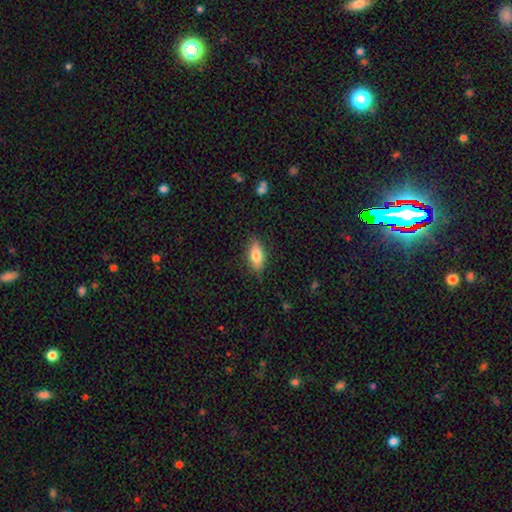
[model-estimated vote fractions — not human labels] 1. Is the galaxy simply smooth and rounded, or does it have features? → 74% smooth, 18% featured or disk, 7% star or artifact.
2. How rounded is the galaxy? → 78% in between, 18% cigar-shaped, 4% round.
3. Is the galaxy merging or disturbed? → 84% none, 12% minor disturbance, 3% major disturbance, 1% merger.